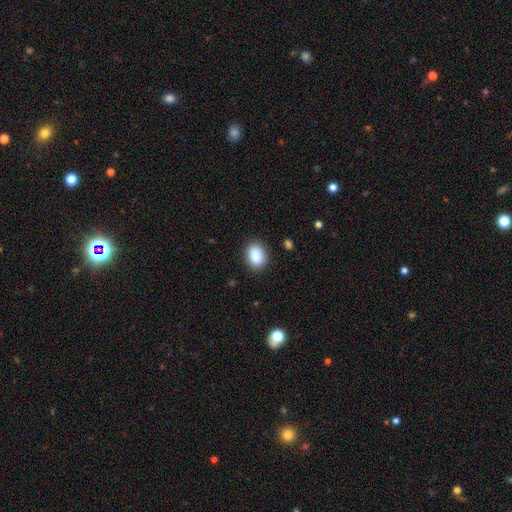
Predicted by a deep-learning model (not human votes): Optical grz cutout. It shows a smooth galaxy with no disk features (88%) that is in between round and cigar-shaped (69%). Merging: none (85%).